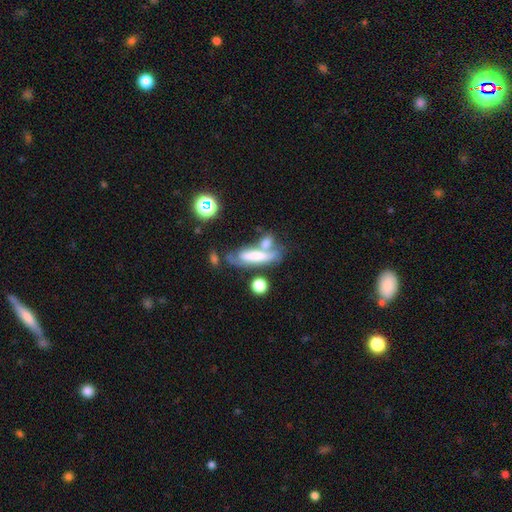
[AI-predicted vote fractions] featured or disk 46%, smooth 41%, star or artifact 12%. Down the decision tree: merging — none (38%).